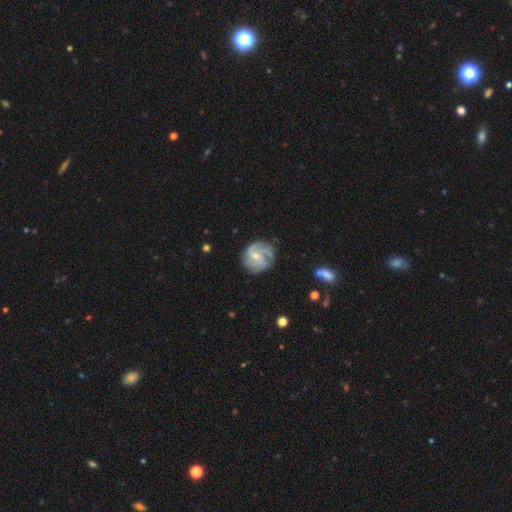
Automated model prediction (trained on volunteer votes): smooth_or_featured: featured or disk (p=0.81) [alt: smooth p=0.13]
disk_edge_on: no (p=0.98) [alt: yes p=0.02]
bar: no (p=0.62) [alt: weak p=0.32]
has_spiral_arms: yes (p=0.94) [alt: no p=0.06]
spiral_winding: medium (p=0.43) [alt: tight p=0.42]
spiral_arm_count: 3 (p=0.41) [alt: can't tell p=0.19]
bulge_size: small (p=0.62) [alt: moderate p=0.34]
merging: none (p=0.70) [alt: minor disturbance p=0.20]